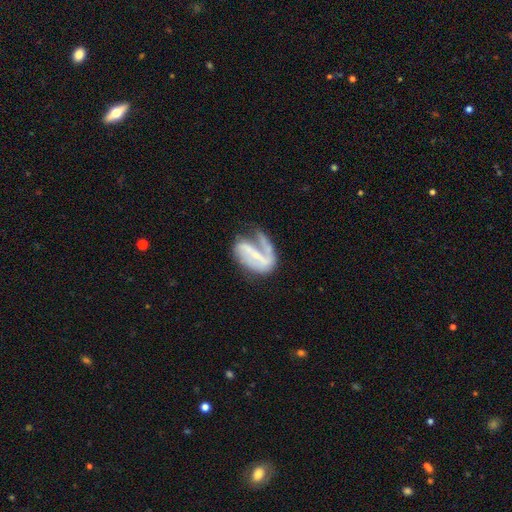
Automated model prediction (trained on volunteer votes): A featured or disk galaxy (76%) with a strong bar (54%), 2 (45%) loose (40%) spiral arms (82%) and a small central bulge (66%).

Vote fractions:
- Smooth or featured? featured or disk: 76% / smooth: 18% / star or artifact: 6%
- Edge-on disk? no: 95% / yes: 5%
- Bar? strong: 54% / weak: 29% / no: 17%
- Spiral arms? yes: 82% / no: 18%
- Spiral winding? loose: 40% / medium: 36% / tight: 24%
- Spiral arm count? 2: 45% / 1: 42% / can't tell: 9% / 3: 2% / 4: 1% / more than 4: 1%
- Bulge size? small: 66% / moderate: 19% / none: 13% / large: 2% / dominant: 1%
- Merging? major disturbance: 36% / none: 31% / minor disturbance: 23% / merger: 10%